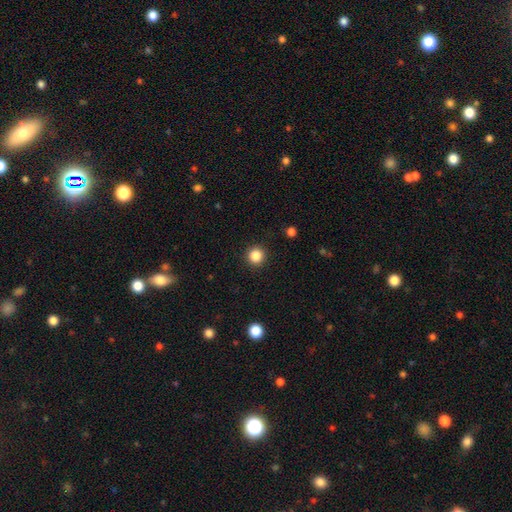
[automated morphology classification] Smooth or featured? Predicted: smooth (p=0.85). How rounded? Predicted: round (p=0.95). Merging? Predicted: none (p=0.92).